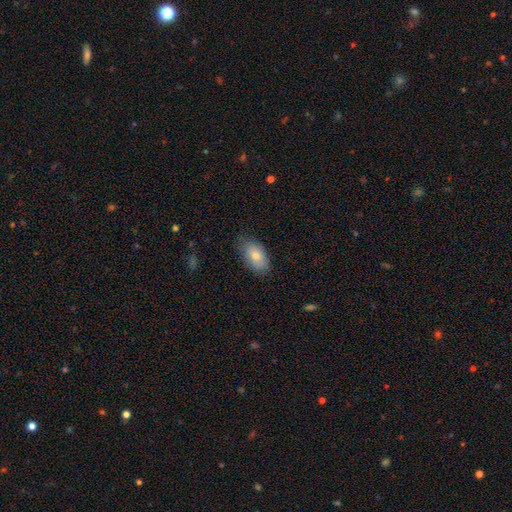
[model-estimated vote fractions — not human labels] This appears to be a smooth galaxy with no disk features (77%) that is in between round and cigar-shaped (92%). Merging: none (77%).